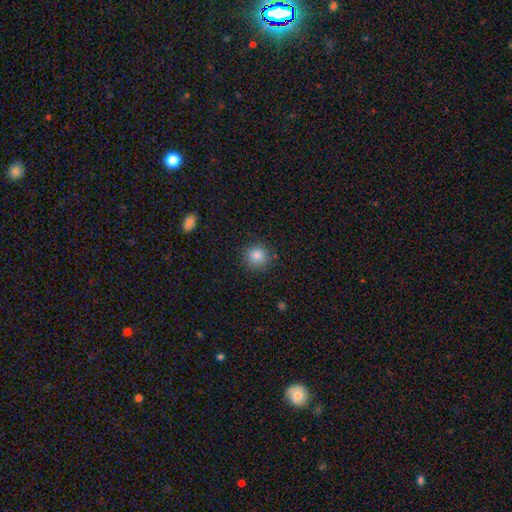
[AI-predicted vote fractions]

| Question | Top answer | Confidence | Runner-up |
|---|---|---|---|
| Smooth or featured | smooth | 85% | star or artifact (11%) |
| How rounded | round | 93% | in between (6%) |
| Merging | none | 89% | minor disturbance (8%) |